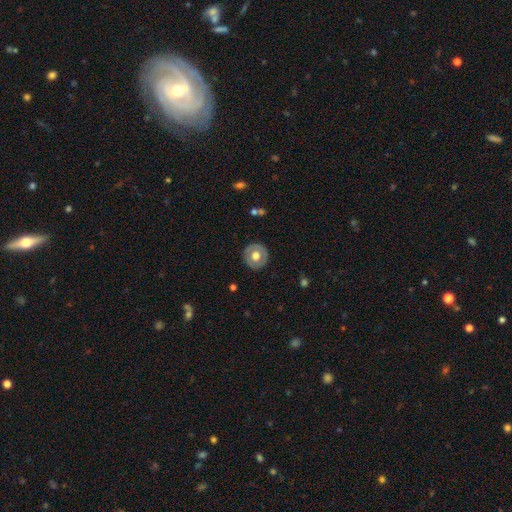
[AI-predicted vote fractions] A smooth galaxy with no disk features (56%) that is round (92%). Merging: none (88%).